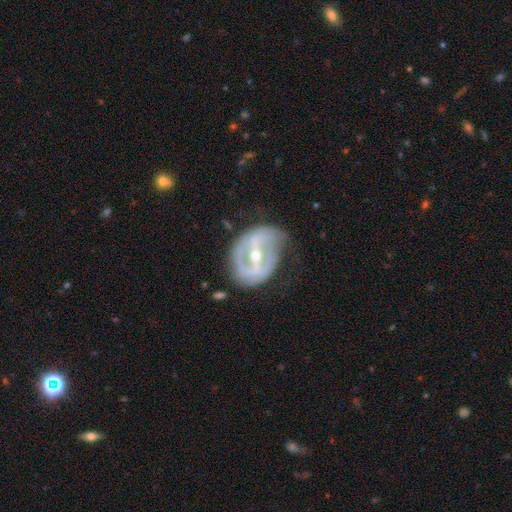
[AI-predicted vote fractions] Q: Smooth or featured?
A: featured or disk (84%); runner-up: smooth (10%)
Q: Edge-on disk?
A: no (95%); runner-up: yes (5%)
Q: Bar?
A: strong (67%); runner-up: weak (24%)
Q: Spiral arms?
A: yes (72%); runner-up: no (28%)
Q: Spiral winding?
A: medium (41%); runner-up: tight (35%)
Q: Spiral arm count?
A: 2 (67%); runner-up: can't tell (17%)
Q: Bulge size?
A: moderate (50%); runner-up: small (48%)
Q: Merging?
A: none (53%); runner-up: minor disturbance (29%)